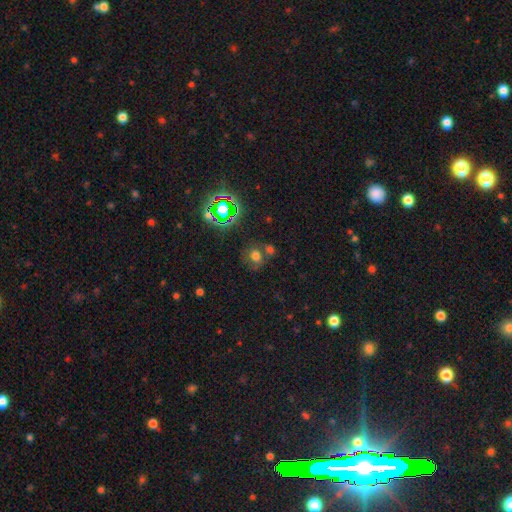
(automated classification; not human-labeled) Smooth or featured? smooth (58%)
How rounded? round (63%)
Merging? none (57%)